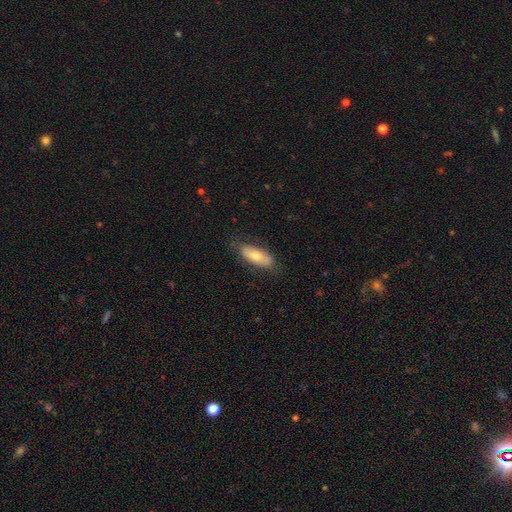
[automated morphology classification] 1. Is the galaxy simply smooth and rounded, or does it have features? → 67% smooth, 27% featured or disk, 6% star or artifact.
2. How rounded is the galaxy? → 80% in between, 17% cigar-shaped, 2% round.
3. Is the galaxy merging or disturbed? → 76% none, 18% minor disturbance, 5% major disturbance, 1% merger.